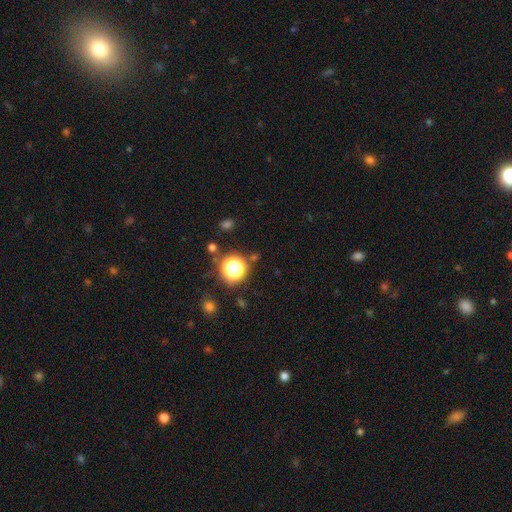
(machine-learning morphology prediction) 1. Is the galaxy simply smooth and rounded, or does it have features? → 66% star or artifact, 27% smooth, 7% featured or disk.